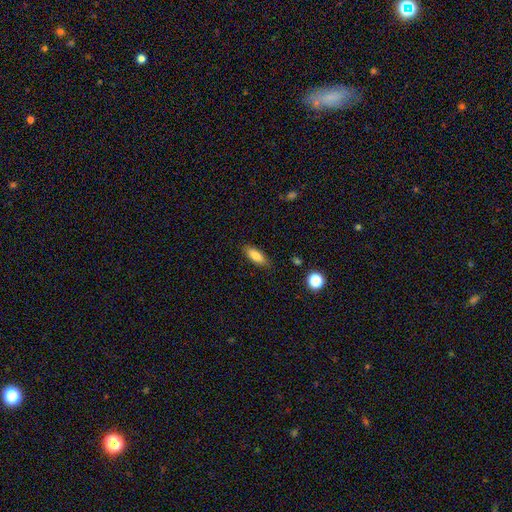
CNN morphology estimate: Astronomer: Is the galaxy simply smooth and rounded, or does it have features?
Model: smooth — 81%.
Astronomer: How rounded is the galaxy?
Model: in between — 70%.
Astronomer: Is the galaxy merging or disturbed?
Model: none — 82%.